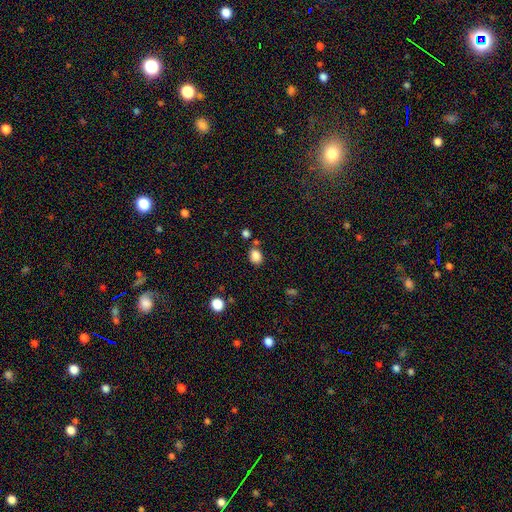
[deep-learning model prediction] This appears to be a smooth galaxy with no disk features (85%) that is in between round and cigar-shaped (52%). Merging: none (70%).